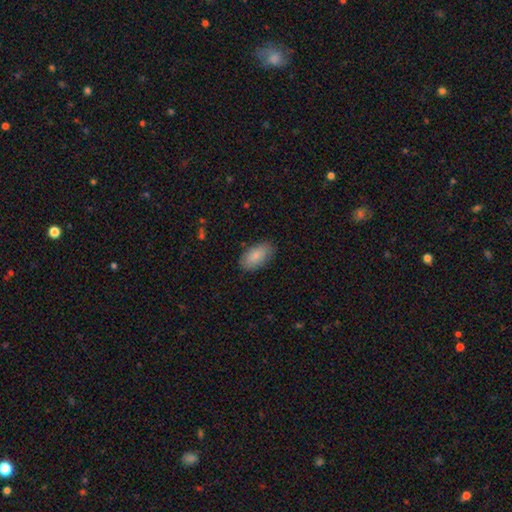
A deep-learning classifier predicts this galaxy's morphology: Smooth or featured?
  - smooth: 85% *
  - featured or disk: 8%
  - star or artifact: 6%
How rounded?
  - in between: 94% *
  - round: 3%
  - cigar-shaped: 3%
Merging?
  - none: 85% *
  - minor disturbance: 11%
  - major disturbance: 3%
  - merger: 1%